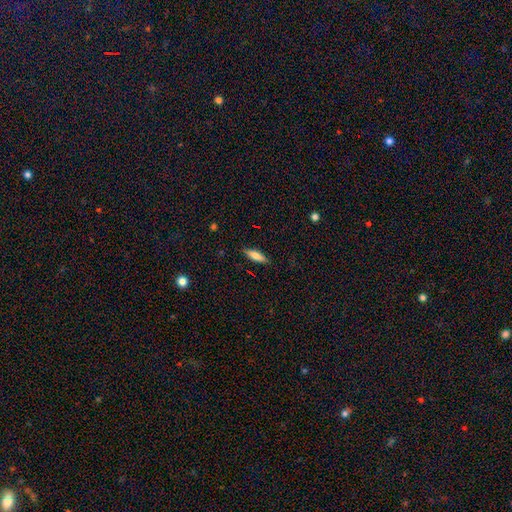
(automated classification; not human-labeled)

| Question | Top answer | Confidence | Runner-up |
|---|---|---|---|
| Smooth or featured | smooth | 71% | featured or disk (23%) |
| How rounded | cigar-shaped | 61% | in between (37%) |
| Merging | none | 87% | minor disturbance (10%) |